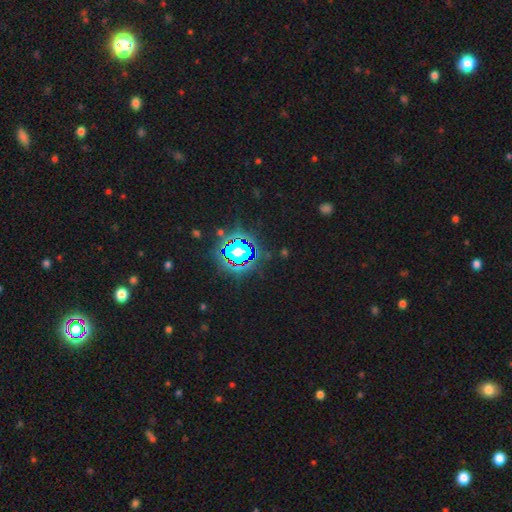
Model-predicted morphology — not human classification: Smooth or featured? star or artifact (83%)